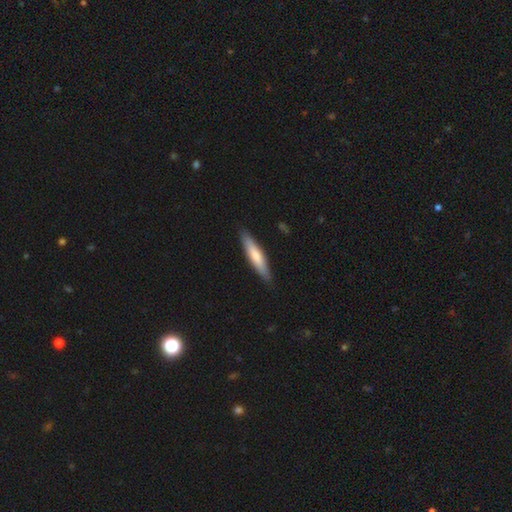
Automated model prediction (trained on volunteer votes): Smooth or featured? Predicted: smooth (p=0.66). How rounded? Predicted: cigar-shaped (p=0.85). Merging? Predicted: none (p=0.87).